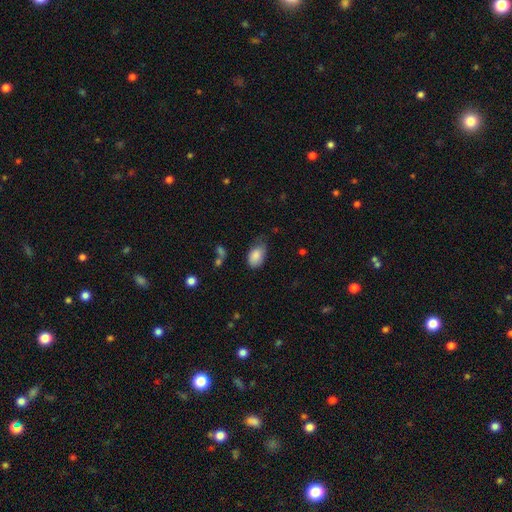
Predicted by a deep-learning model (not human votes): smooth-or-featured: smooth: 85% | star or artifact: 8% | featured or disk: 8%
  how-rounded: in between: 88% | round: 10% | cigar-shaped: 1%
  merging: none: 52% | minor disturbance: 36% | major disturbance: 10% | merger: 2%